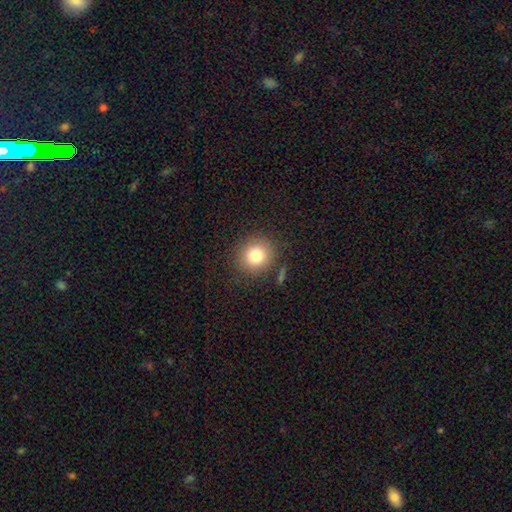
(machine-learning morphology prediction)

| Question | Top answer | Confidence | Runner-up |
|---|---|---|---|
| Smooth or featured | smooth | 80% | star or artifact (11%) |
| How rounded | round | 88% | in between (11%) |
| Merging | none | 85% | minor disturbance (9%) |